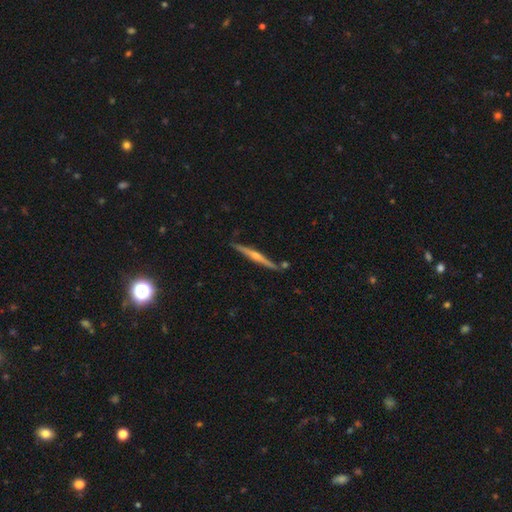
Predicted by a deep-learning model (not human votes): Smooth or featured? featured or disk (77%)
Edge-on disk? yes (98%)
Edge-on bulge? rounded (83%)
Merging? none (86%)